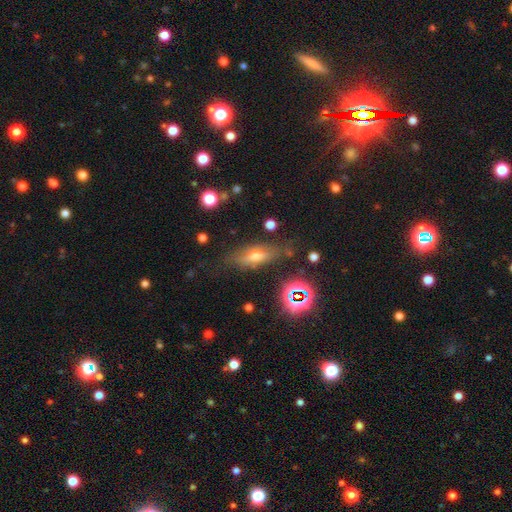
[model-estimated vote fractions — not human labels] featured or disk 44%, smooth 41%, star or artifact 15%. Down the decision tree: merging — none (72%).